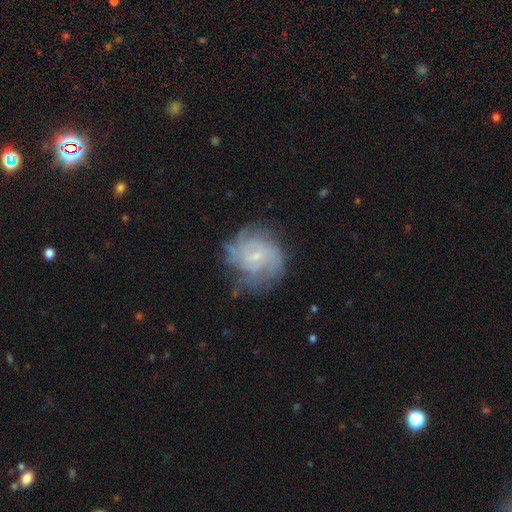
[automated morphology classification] smooth_or_featured: featured or disk (p=0.74) [alt: smooth p=0.17]
disk_edge_on: no (p=0.98) [alt: yes p=0.02]
bar: no (p=0.52) [alt: weak p=0.42]
has_spiral_arms: yes (p=0.88) [alt: no p=0.12]
spiral_winding: tight (p=0.53) [alt: medium p=0.35]
spiral_arm_count: can't tell (p=0.47) [alt: 2 p=0.15]
bulge_size: small (p=0.72) [alt: moderate p=0.19]
merging: none (p=0.64) [alt: minor disturbance p=0.21]